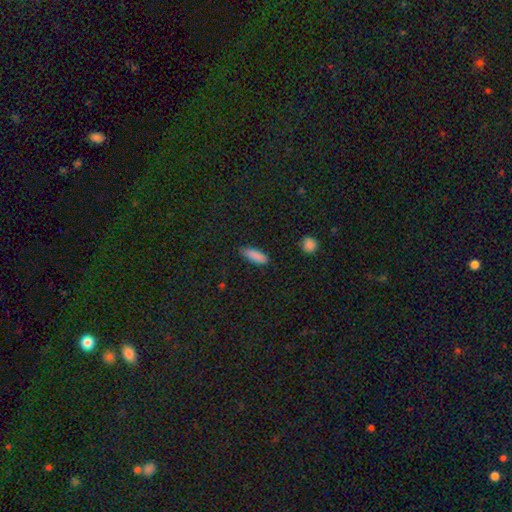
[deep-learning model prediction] Smooth or featured? Predicted: smooth (p=0.87). How rounded? Predicted: in between (p=0.59). Merging? Predicted: none (p=0.81).